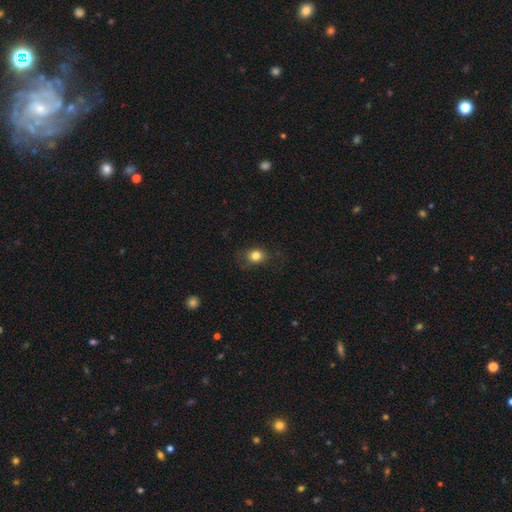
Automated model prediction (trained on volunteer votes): This appears to be a smooth galaxy with no disk features (82%) that is round (59%). Merging: none (73%).